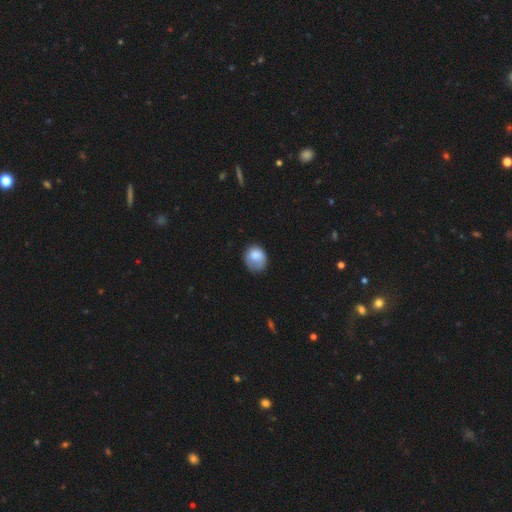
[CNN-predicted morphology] Smooth or featured? Predicted: smooth (p=0.79). How rounded? Predicted: round (p=0.60). Merging? Predicted: none (p=0.48).